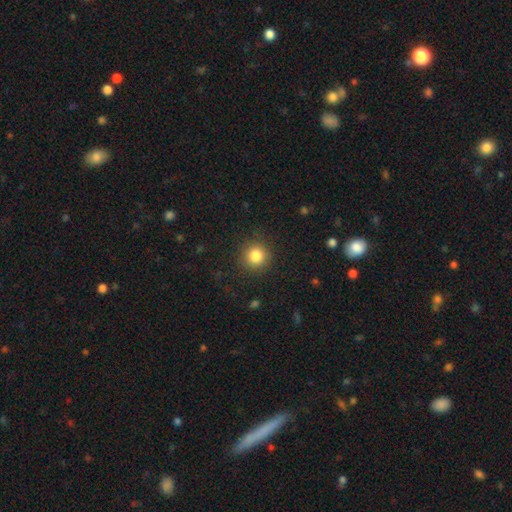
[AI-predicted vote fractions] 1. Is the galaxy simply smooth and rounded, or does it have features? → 84% smooth, 11% star or artifact, 5% featured or disk.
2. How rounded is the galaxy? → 93% round, 6% in between, 1% cigar-shaped.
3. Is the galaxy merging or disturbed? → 89% none, 7% minor disturbance, 3% major disturbance, 1% merger.